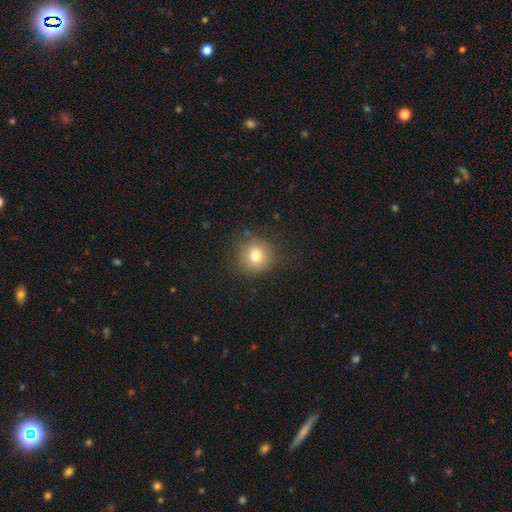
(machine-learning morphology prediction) Smooth or featured? Predicted: smooth (p=0.78). How rounded? Predicted: round (p=0.89). Merging? Predicted: none (p=0.82).